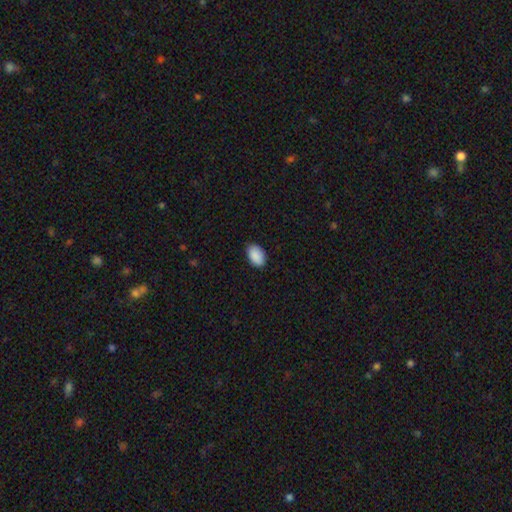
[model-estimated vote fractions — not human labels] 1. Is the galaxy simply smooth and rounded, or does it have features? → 91% smooth, 6% star or artifact, 3% featured or disk.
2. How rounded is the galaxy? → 91% in between, 8% round, 1% cigar-shaped.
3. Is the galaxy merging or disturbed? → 87% none, 10% minor disturbance, 2% major disturbance, 1% merger.